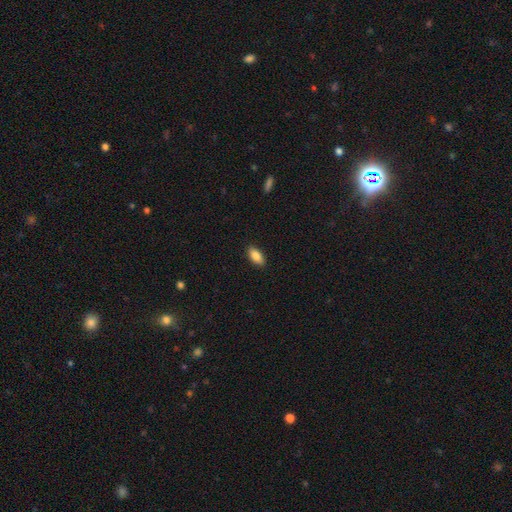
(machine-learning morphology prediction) Overall: smooth (87%). How rounded: in between (90%). Merging: none (89%).